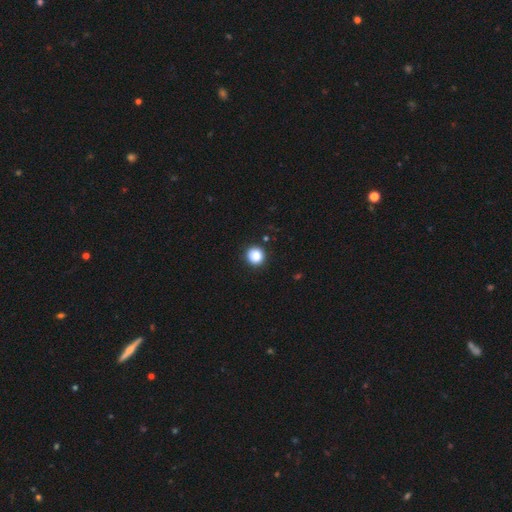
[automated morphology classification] Smooth or featured? Predicted: smooth (p=0.87). How rounded? Predicted: round (p=0.94). Merging? Predicted: none (p=0.92).